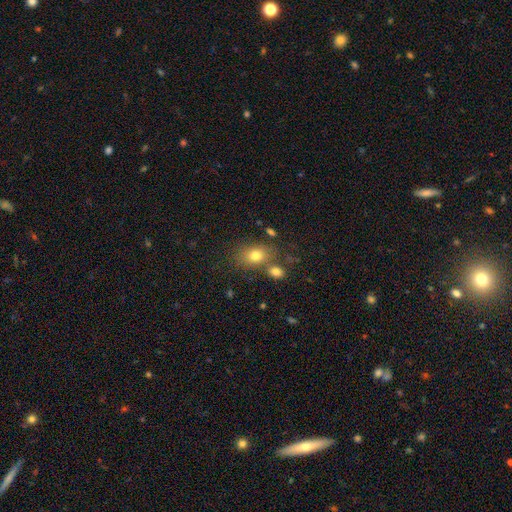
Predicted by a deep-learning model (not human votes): smooth 77%, featured or disk 12%, star or artifact 11%. Down the decision tree: how rounded — in between (71%); merging — none (62%).